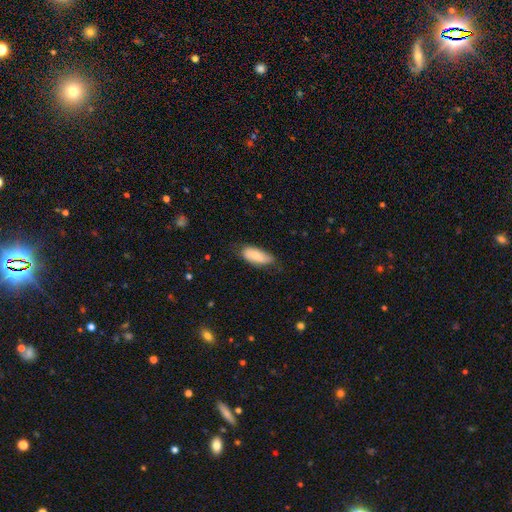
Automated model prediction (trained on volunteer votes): smooth_or_featured: smooth (p=0.68) [alt: featured or disk p=0.26]
how_rounded: in between (p=0.85) [alt: cigar-shaped p=0.13]
merging: none (p=0.66) [alt: minor disturbance p=0.27]